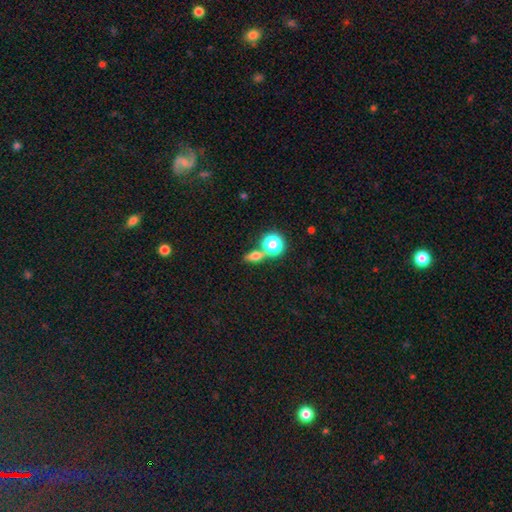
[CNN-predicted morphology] Smooth or featured?
  - smooth: 56% *
  - featured or disk: 23%
  - star or artifact: 21%
How rounded?
  - in between: 48% *
  - round: 32%
  - cigar-shaped: 21%
Merging?
  - none: 65% *
  - merger: 21%
  - minor disturbance: 10%
  - major disturbance: 4%